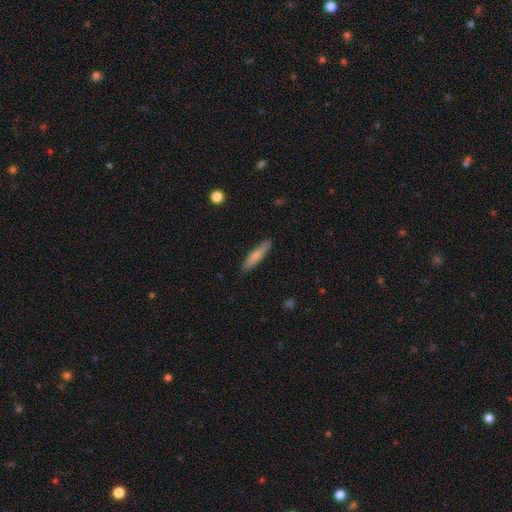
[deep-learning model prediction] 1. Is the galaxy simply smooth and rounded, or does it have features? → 72% smooth, 23% featured or disk, 6% star or artifact.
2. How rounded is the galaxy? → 84% cigar-shaped, 15% in between, 2% round.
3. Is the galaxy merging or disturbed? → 85% none, 12% minor disturbance, 2% major disturbance, 1% merger.